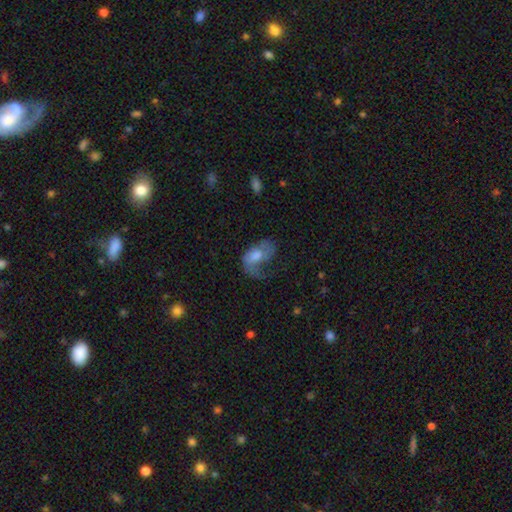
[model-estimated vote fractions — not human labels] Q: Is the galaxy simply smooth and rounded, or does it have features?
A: featured or disk — 51%.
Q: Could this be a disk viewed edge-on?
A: no — 95%.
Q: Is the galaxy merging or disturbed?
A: major disturbance — 49%.